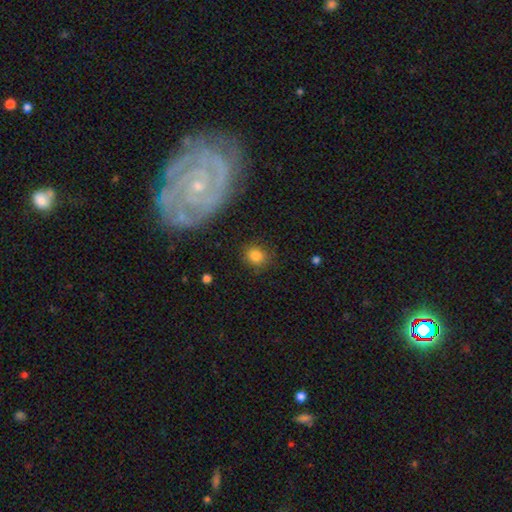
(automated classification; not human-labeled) smooth-or-featured: smooth: 82% | star or artifact: 11% | featured or disk: 7%
  how-rounded: round: 78% | in between: 21% | cigar-shaped: 1%
  merging: none: 86% | minor disturbance: 9% | major disturbance: 3% | merger: 2%